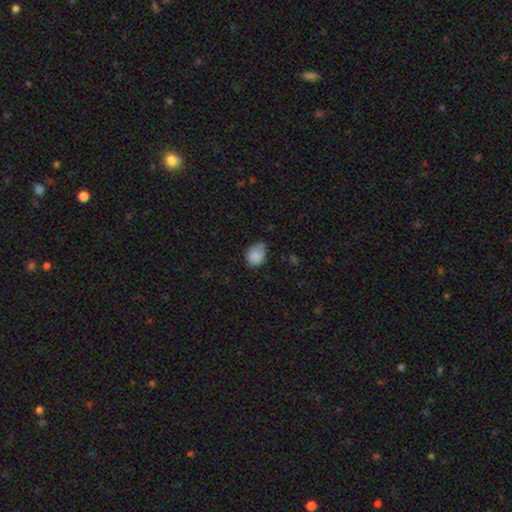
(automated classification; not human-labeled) smooth_or_featured: smooth (p=0.85) [alt: star or artifact p=0.09]
how_rounded: in between (p=0.55) [alt: round p=0.44]
merging: none (p=0.47) [alt: minor disturbance p=0.42]